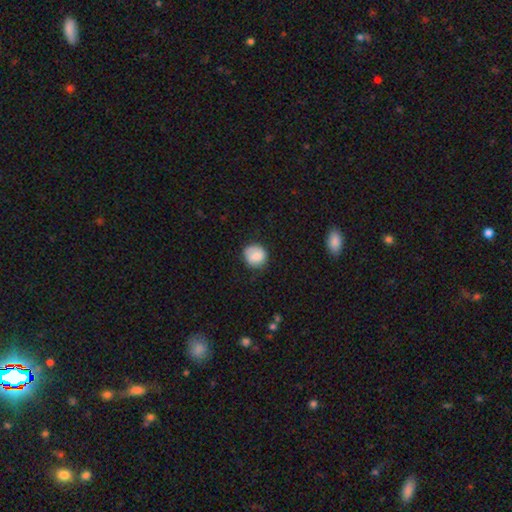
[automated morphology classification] smooth 83%, featured or disk 9%, star or artifact 8%. Down the decision tree: how rounded — round (84%); merging — none (69%).